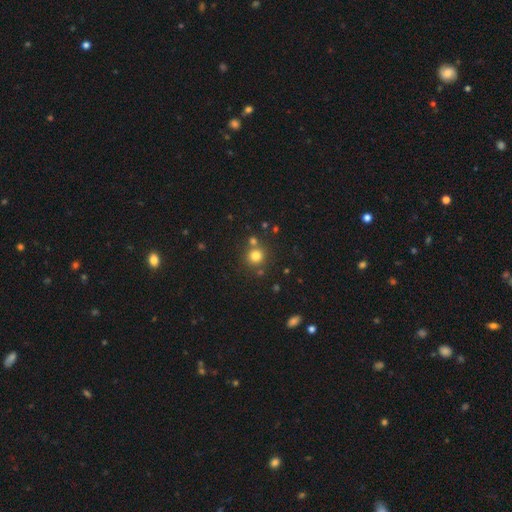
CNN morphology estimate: This appears to be a smooth galaxy with no disk features (79%) that is round (92%). Merging: none (74%).